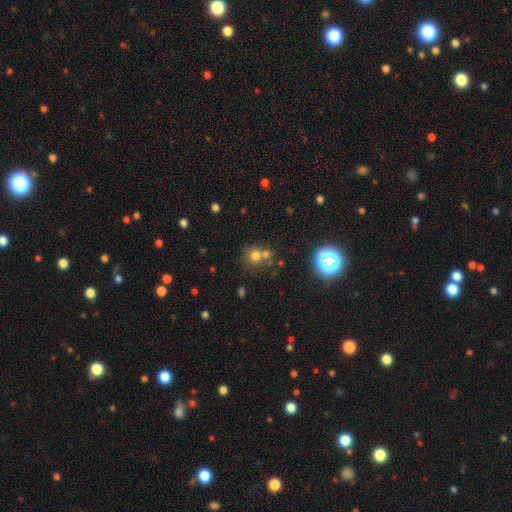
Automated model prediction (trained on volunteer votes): Smooth or featured? smooth (68%)
How rounded? round (87%)
Merging? none (53%)